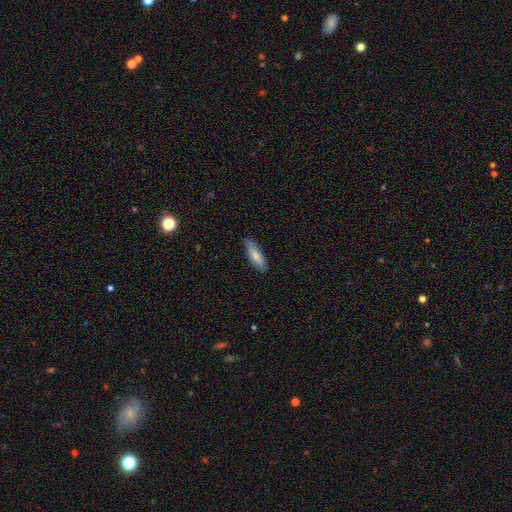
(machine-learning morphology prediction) Smooth or featured? smooth (77%)
How rounded? in between (50%)
Merging? none (84%)